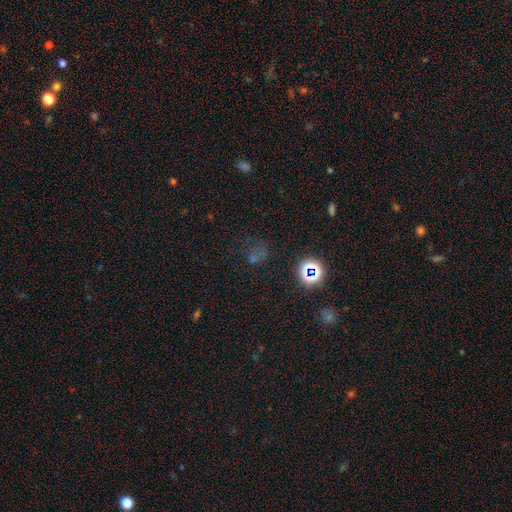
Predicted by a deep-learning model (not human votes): Overall: star or artifact (52%; smooth 35%).